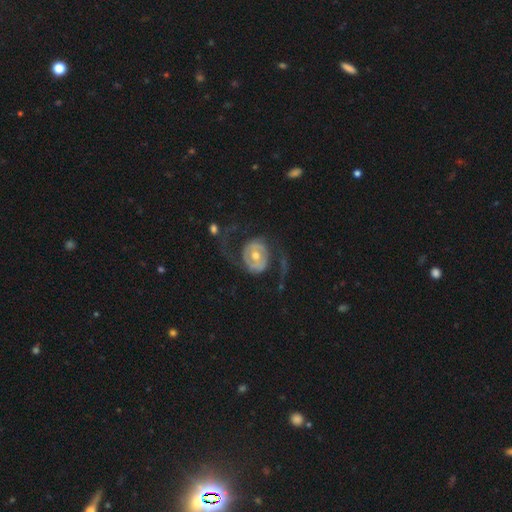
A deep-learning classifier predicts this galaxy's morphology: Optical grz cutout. It shows a featured or disk galaxy (80%) with no bar (53%), 2 (86%) loose (54%) spiral arms (77%) and a moderate central bulge (73%). Merging: none (56%).